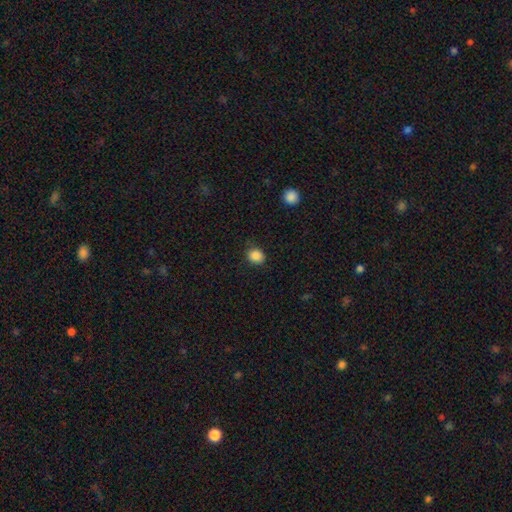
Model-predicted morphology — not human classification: The model was most divided on "how rounded": round: 73%, in between: 26%, cigar-shaped: 1%. More confident: smooth or featured — smooth (86%); merging — none (84%).